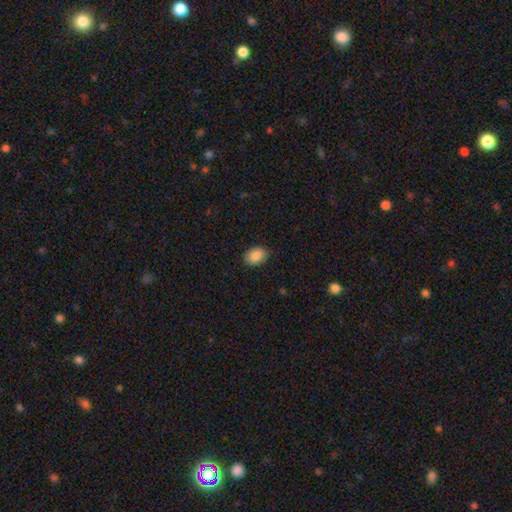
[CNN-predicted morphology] smooth_or_featured: smooth (p=0.87) [alt: star or artifact p=0.07]
how_rounded: in between (p=0.78) [alt: round p=0.21]
merging: none (p=0.84) [alt: minor disturbance p=0.12]